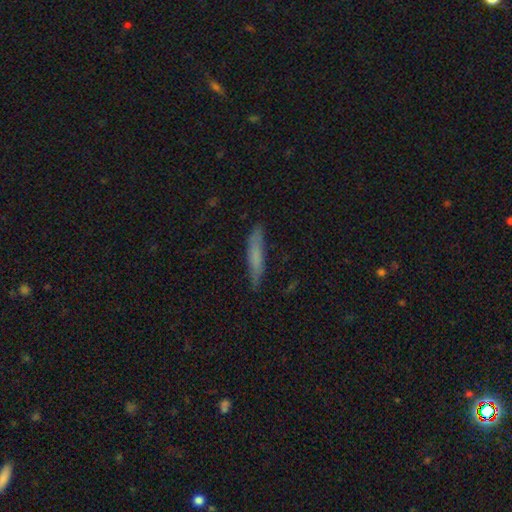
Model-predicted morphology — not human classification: Smooth or featured?
  - smooth: 64% *
  - featured or disk: 28%
  - star or artifact: 7%
How rounded?
  - cigar-shaped: 90% *
  - in between: 8%
  - round: 2%
Merging?
  - none: 80% *
  - minor disturbance: 15%
  - major disturbance: 3%
  - merger: 1%